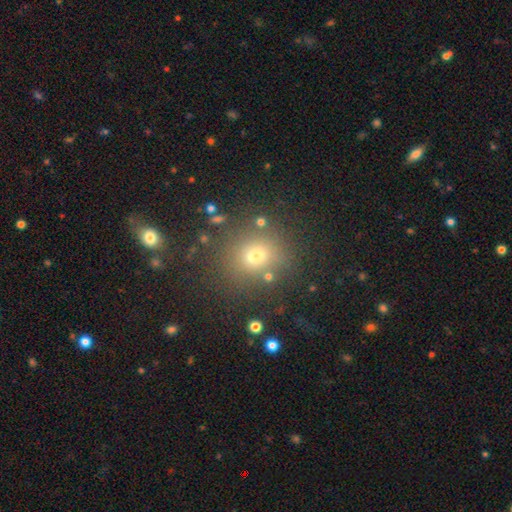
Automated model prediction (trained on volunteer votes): smooth 68%, star or artifact 23%, featured or disk 9%. Down the decision tree: how rounded — round (77%); merging — none (82%).